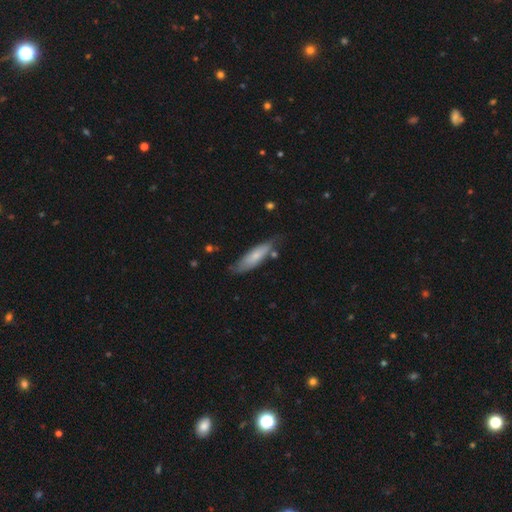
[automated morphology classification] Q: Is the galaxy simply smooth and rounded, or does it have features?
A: smooth — 72%.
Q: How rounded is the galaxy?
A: cigar-shaped — 62%.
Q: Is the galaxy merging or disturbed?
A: none — 69%.